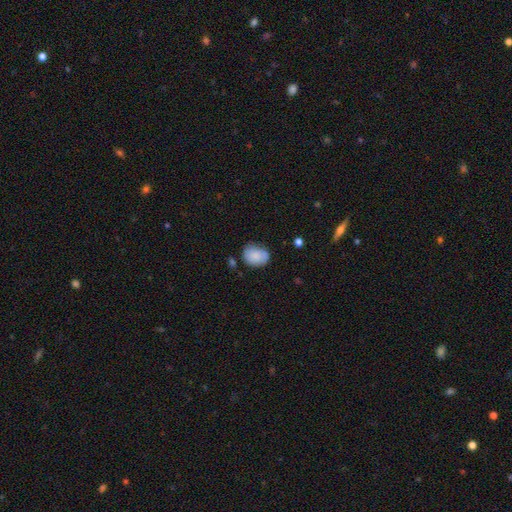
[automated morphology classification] Smooth or featured: smooth — 81% (featured or disk — 11%)
How rounded: in between — 57% (round — 42%)
Merging: none — 59% (minor disturbance — 29%)